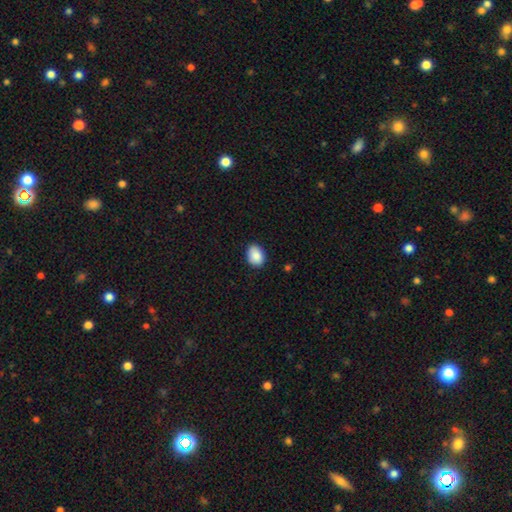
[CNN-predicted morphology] Overall: smooth (89%). How rounded: in between (70%). Merging: none (86%).